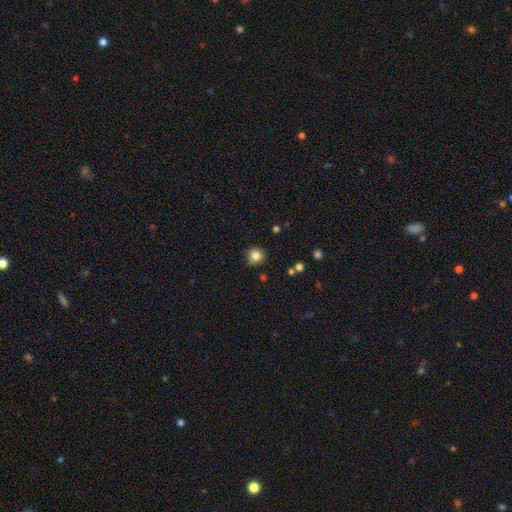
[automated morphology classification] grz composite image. It shows a smooth galaxy with no disk features (84%) that is round (94%). Merging: none (86%).